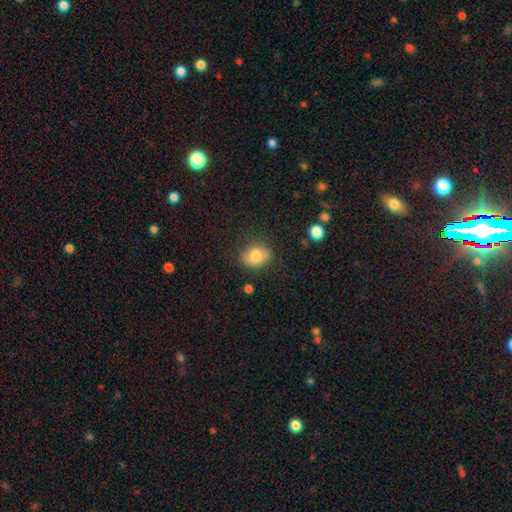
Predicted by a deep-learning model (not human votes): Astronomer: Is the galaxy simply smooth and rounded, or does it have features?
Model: smooth — 79%.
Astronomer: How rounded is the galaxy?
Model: round — 50% (runner-up: in between, 48%).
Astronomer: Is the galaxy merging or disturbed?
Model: none — 76%.